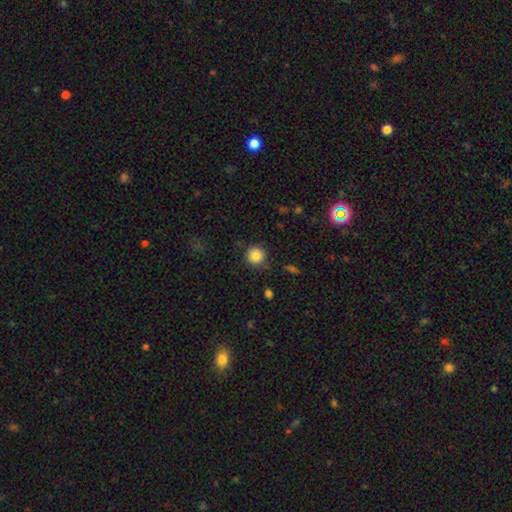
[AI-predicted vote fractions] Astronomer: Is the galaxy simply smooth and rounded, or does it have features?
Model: smooth — 86%.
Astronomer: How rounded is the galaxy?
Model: round — 94%.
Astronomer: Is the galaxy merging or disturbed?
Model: none — 84%.